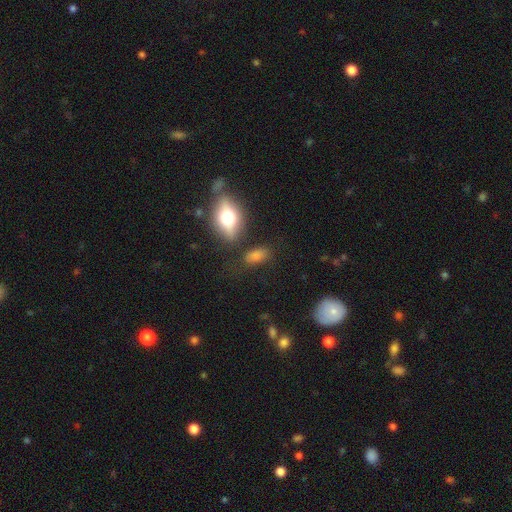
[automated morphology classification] Smooth or featured? smooth (67%)
How rounded? in between (76%)
Merging? none (69%)